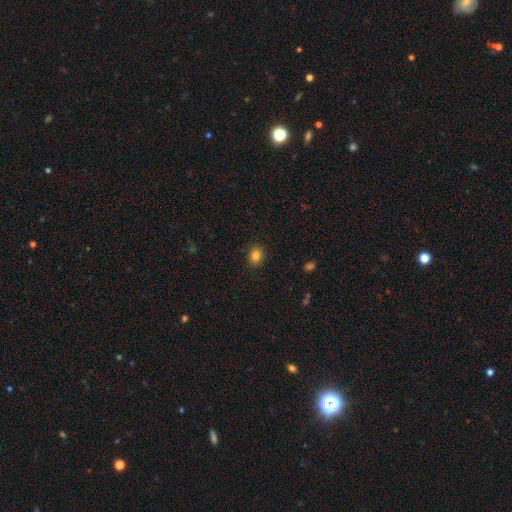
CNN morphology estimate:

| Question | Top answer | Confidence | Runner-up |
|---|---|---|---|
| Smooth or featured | smooth | 83% | star or artifact (12%) |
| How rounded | round | 64% | in between (35%) |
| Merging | none | 89% | minor disturbance (8%) |